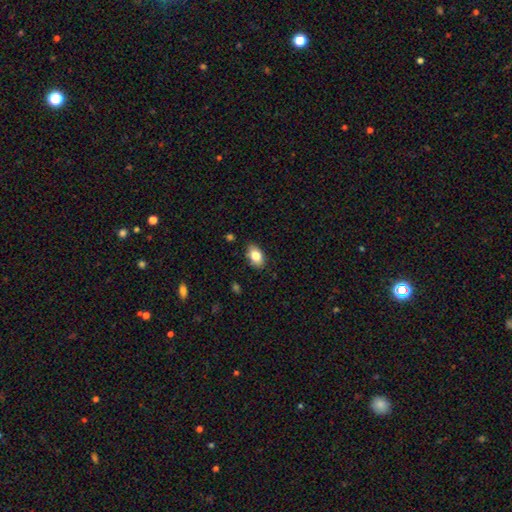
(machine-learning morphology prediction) Smooth or featured? Predicted: smooth (p=0.81). How rounded? Predicted: in between (p=0.87). Merging? Predicted: none (p=0.84).